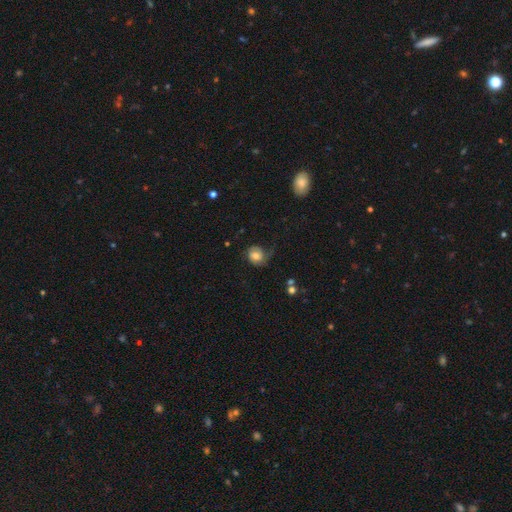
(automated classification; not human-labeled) smooth-or-featured: smooth: 56% | featured or disk: 36% | star or artifact: 9%
  how-rounded: round: 74% | in between: 25% | cigar-shaped: 1%
  merging: none: 48% | minor disturbance: 26% | major disturbance: 23% | merger: 2%